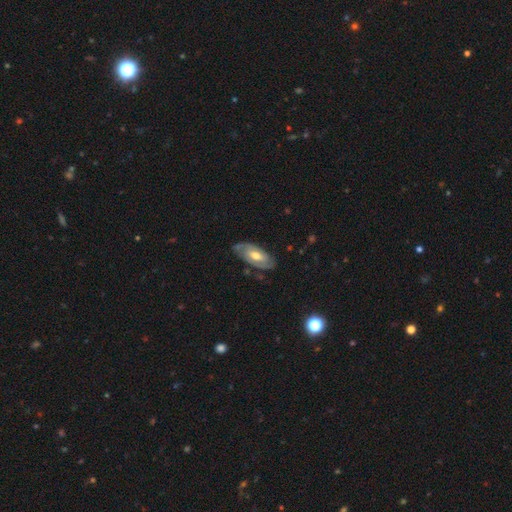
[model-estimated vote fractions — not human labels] Overall: featured or disk (73%). Edge-on disk: no (91%). Bar: no (46%; weak 41%). Spiral arms: yes (80%). Spiral arm count: 2 (70%). Spiral winding: tight (60%; medium 31%). Bulge size: moderate (71%). Merging: none (76%).